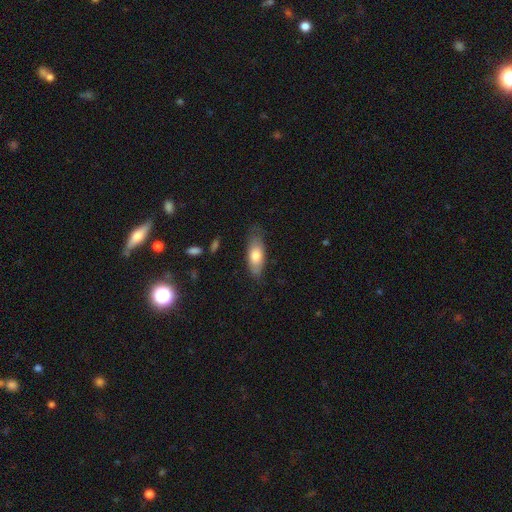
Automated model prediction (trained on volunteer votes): A smooth galaxy with no disk features (71%) that is in between round and cigar-shaped (77%).

Vote fractions:
- Smooth or featured? smooth: 71% / featured or disk: 22% / star or artifact: 6%
- How rounded? in between: 77% / cigar-shaped: 21% / round: 3%
- Merging? none: 66% / minor disturbance: 25% / major disturbance: 7% / merger: 2%